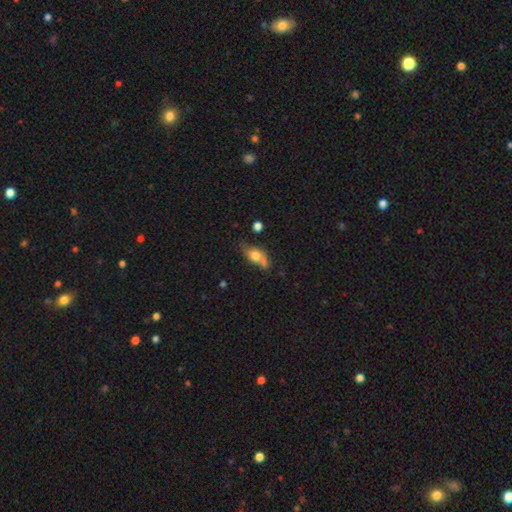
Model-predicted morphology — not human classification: Smooth or featured? Predicted: smooth (p=0.67). How rounded? Predicted: in between (p=0.75). Merging? Predicted: none (p=0.45).